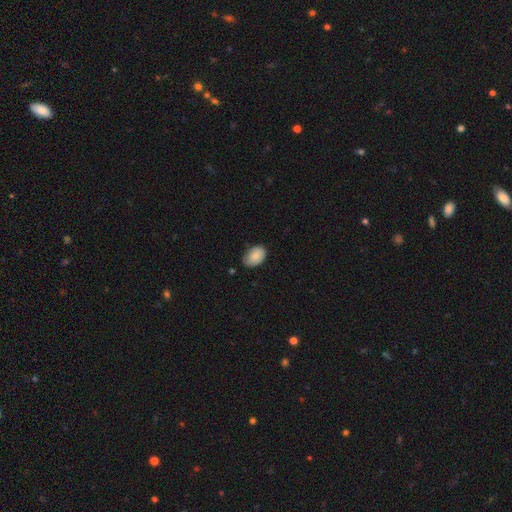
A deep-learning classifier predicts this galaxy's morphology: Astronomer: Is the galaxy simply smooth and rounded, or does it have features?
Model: smooth — 84%.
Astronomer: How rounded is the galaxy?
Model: in between — 85%.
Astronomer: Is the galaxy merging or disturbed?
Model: none — 71%.